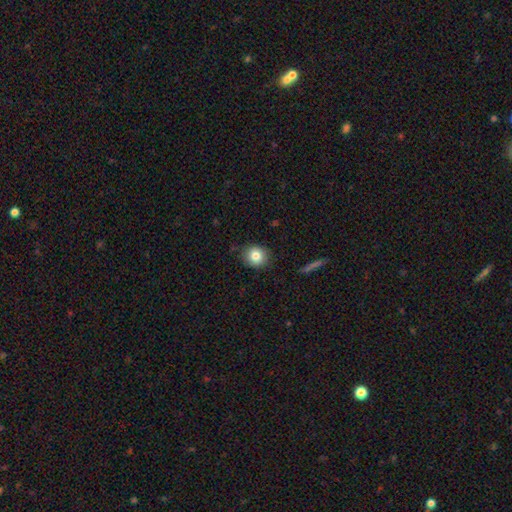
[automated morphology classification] Smooth or featured? Predicted: smooth (p=0.82). How rounded? Predicted: round (p=0.86). Merging? Predicted: none (p=0.87).